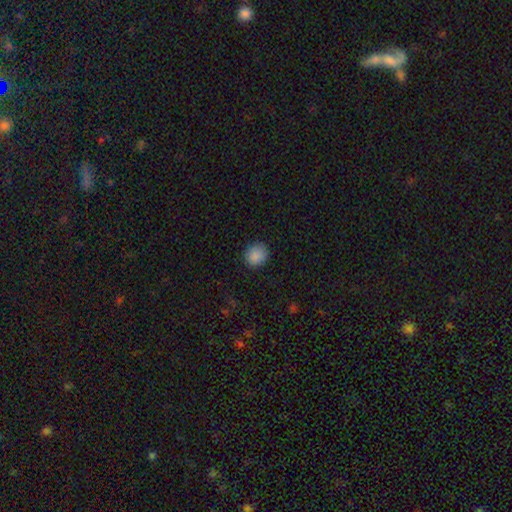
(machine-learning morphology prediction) Smooth or featured? smooth (88%)
How rounded? round (79%)
Merging? none (88%)